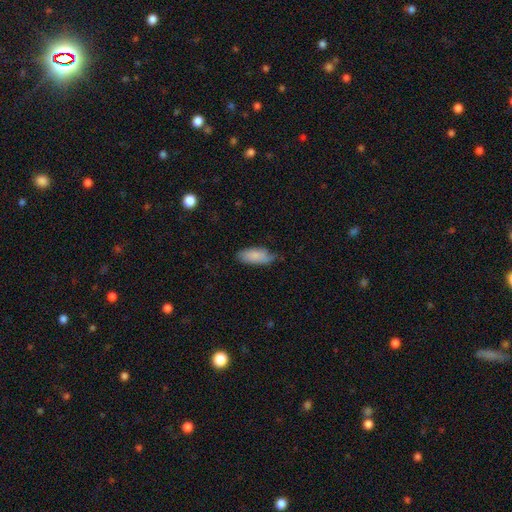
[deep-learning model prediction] smooth_or_featured: smooth (p=0.82) [alt: featured or disk p=0.12]
how_rounded: in between (p=0.84) [alt: cigar-shaped p=0.14]
merging: none (p=0.59) [alt: minor disturbance p=0.33]